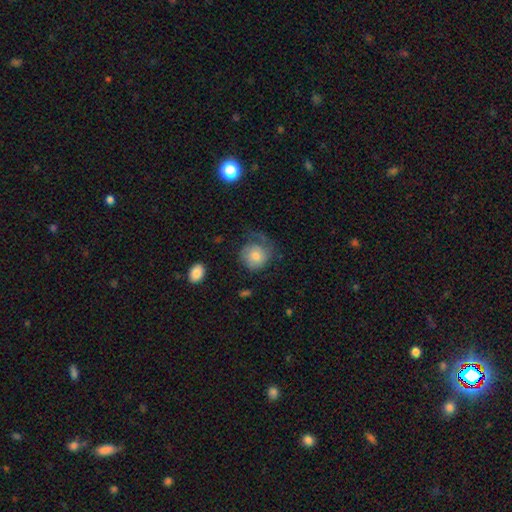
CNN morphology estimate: The model was most divided on "merging": none: 42%, major disturbance: 34%, minor disturbance: 22%, merger: 2%. More confident: how rounded — round (82%); smooth or featured — smooth (58%).